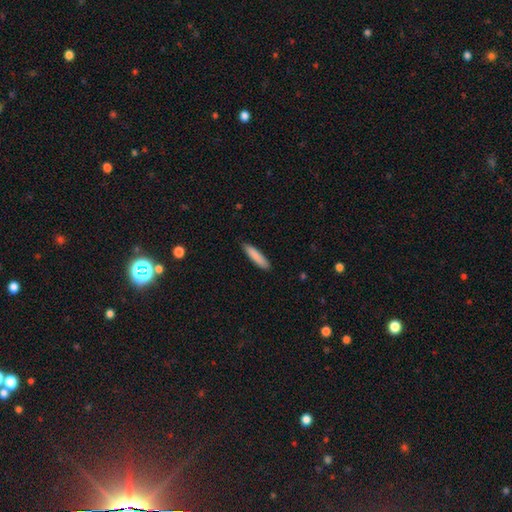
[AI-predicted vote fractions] smooth 87%, featured or disk 8%, star or artifact 6%. Down the decision tree: how rounded — cigar-shaped (81%); merging — none (87%).